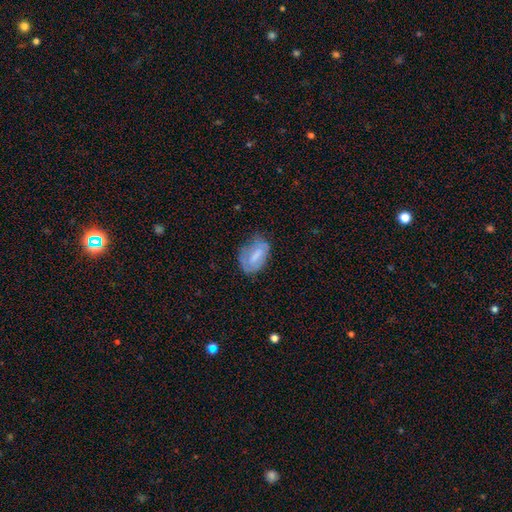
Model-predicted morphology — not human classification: Smooth or featured? smooth (53%)
How rounded? in between (86%)
Merging? none (51%)